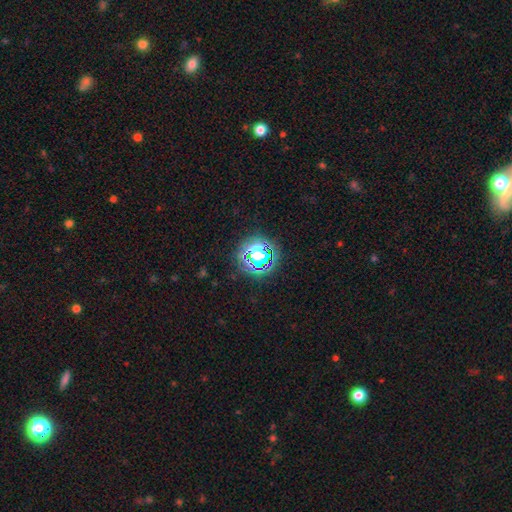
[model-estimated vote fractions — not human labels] Overall: star or artifact (57%; smooth 31%).